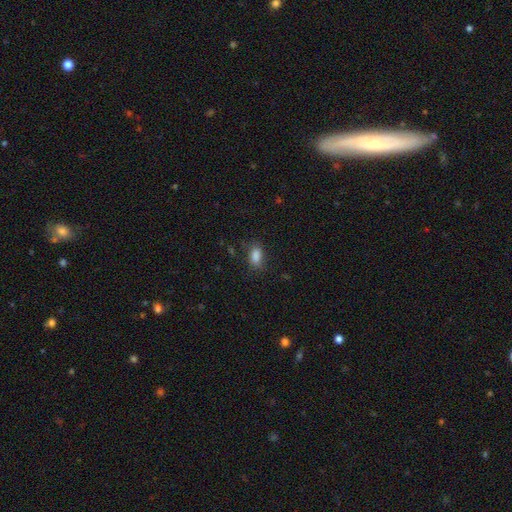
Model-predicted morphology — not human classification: A smooth galaxy with no disk features (85%) that is in between round and cigar-shaped (87%). Merging: none (78%).